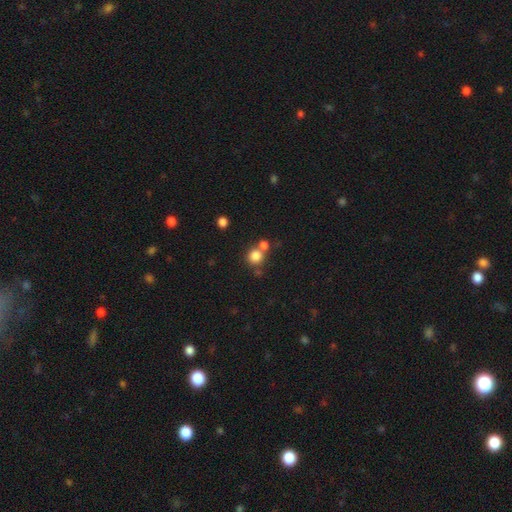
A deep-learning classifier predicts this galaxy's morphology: smooth_or_featured: smooth (p=0.81) [alt: star or artifact p=0.12]
how_rounded: round (p=0.89) [alt: in between p=0.10]
merging: none (p=0.58) [alt: merger p=0.32]